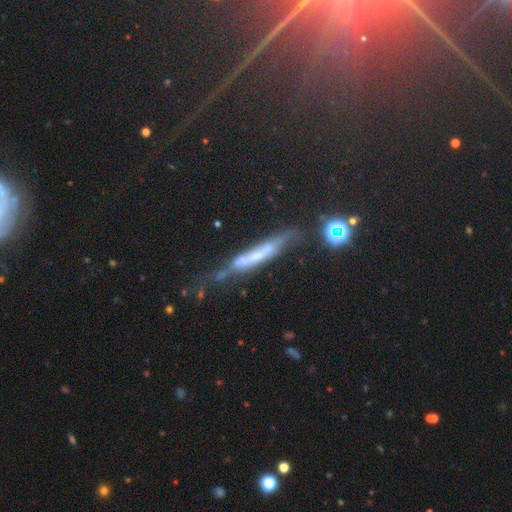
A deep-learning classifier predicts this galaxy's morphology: This appears to be a featured or disk galaxy (55%) viewed edge-on (68%). Merging: none (46%).